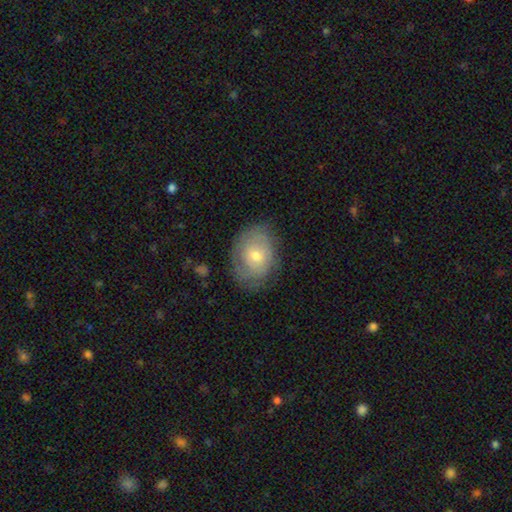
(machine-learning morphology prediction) The model was most divided on "smooth or featured": smooth: 51%, featured or disk: 41%, star or artifact: 8%. More confident: merging — none (71%); how rounded — in between (65%).